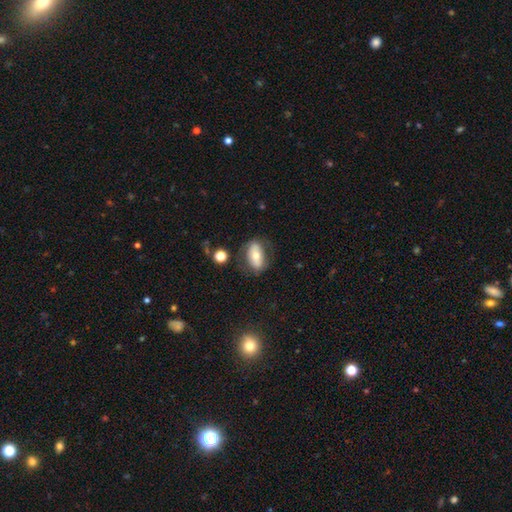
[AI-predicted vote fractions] Smooth or featured: smooth — 60% (featured or disk — 33%)
How rounded: in between — 86% (round — 7%)
Merging: none — 71% (minor disturbance — 17%)